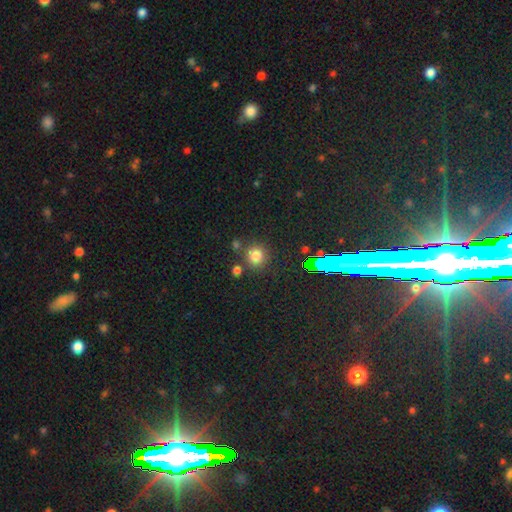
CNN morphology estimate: This appears to be a smooth galaxy with no disk features (73%) that is round (87%). Merging: none (76%).